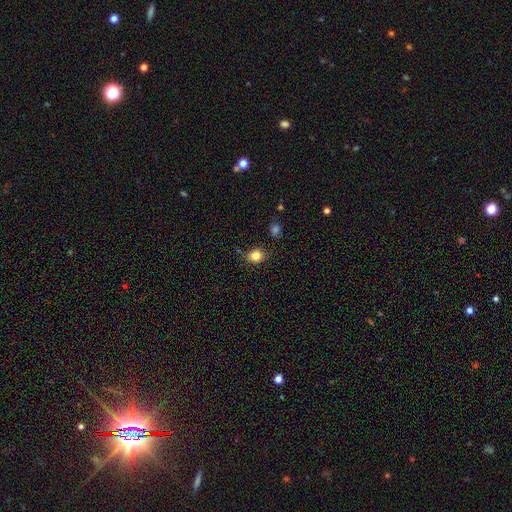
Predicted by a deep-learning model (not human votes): Smooth or featured? Predicted: smooth (p=0.82). How rounded? Predicted: round (p=0.59). Merging? Predicted: none (p=0.78).